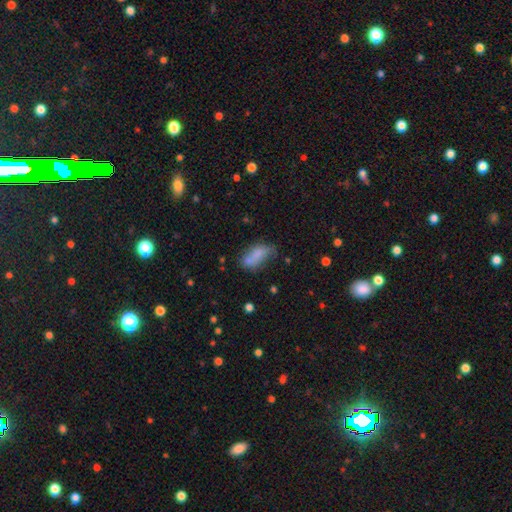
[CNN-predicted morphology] type=smooth (72%); roundness=in between (83%); merging=none (40%).